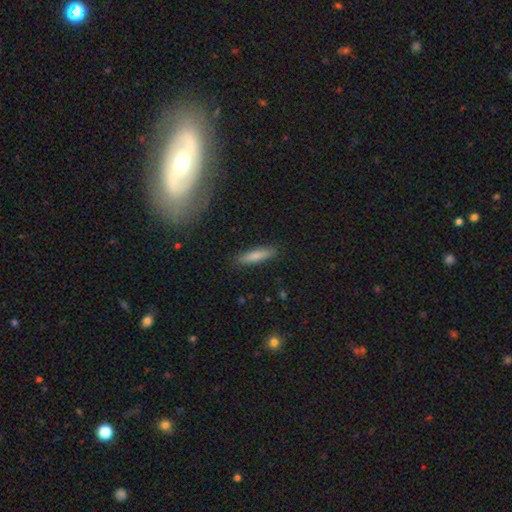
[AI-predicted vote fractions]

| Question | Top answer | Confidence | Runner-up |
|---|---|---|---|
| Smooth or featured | smooth | 80% | featured or disk (13%) |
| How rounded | cigar-shaped | 82% | in between (17%) |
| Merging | none | 89% | minor disturbance (8%) |